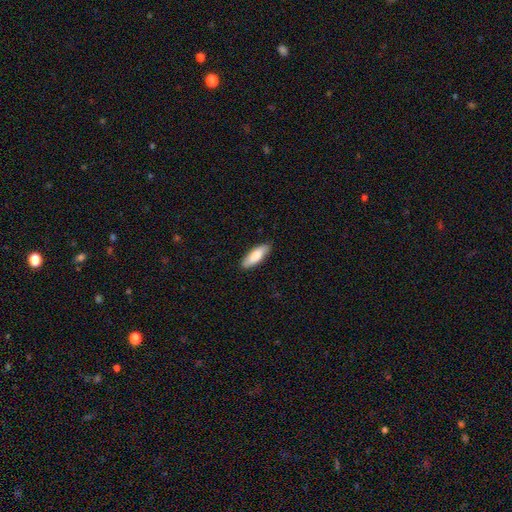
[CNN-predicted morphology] A smooth galaxy with no disk features (83%) that is in between round and cigar-shaped (62%).

Vote fractions:
- Smooth or featured? smooth: 83% / featured or disk: 12% / star or artifact: 5%
- How rounded? in between: 62% / cigar-shaped: 36% / round: 2%
- Merging? none: 88% / minor disturbance: 9% / major disturbance: 2% / merger: 1%